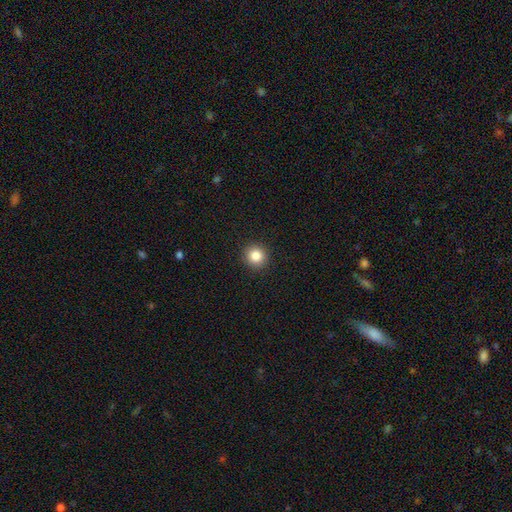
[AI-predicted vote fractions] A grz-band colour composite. It shows a smooth galaxy with no disk features (85%) that is round (93%). Merging: none (93%).